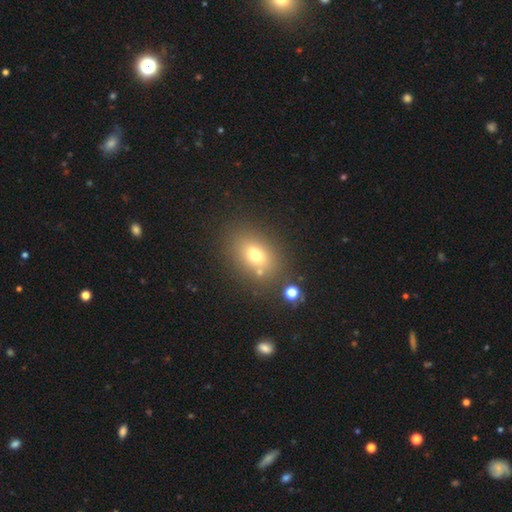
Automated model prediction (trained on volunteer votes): smooth 71%, featured or disk 15%, star or artifact 14%. Down the decision tree: how rounded — in between (71%); merging — none (73%).